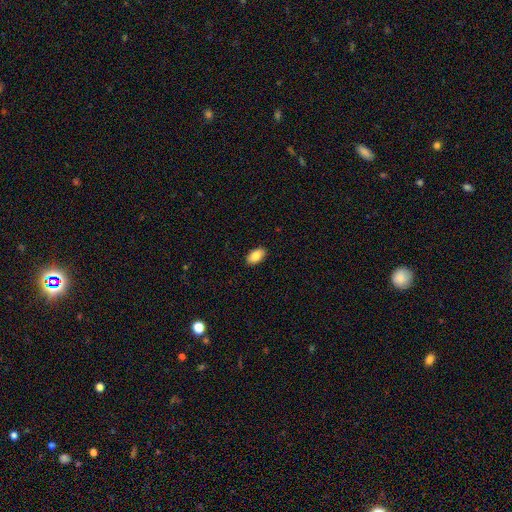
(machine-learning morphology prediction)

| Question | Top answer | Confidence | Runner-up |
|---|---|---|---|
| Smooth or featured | smooth | 86% | featured or disk (7%) |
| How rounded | in between | 94% | round (5%) |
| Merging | none | 89% | minor disturbance (8%) |